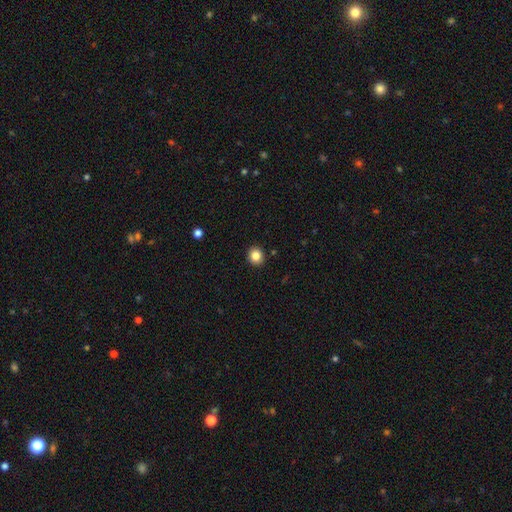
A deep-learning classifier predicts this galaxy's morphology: smooth_or_featured: smooth (p=0.84) [alt: star or artifact p=0.10]
how_rounded: round (p=0.83) [alt: in between p=0.16]
merging: none (p=0.92) [alt: minor disturbance p=0.05]